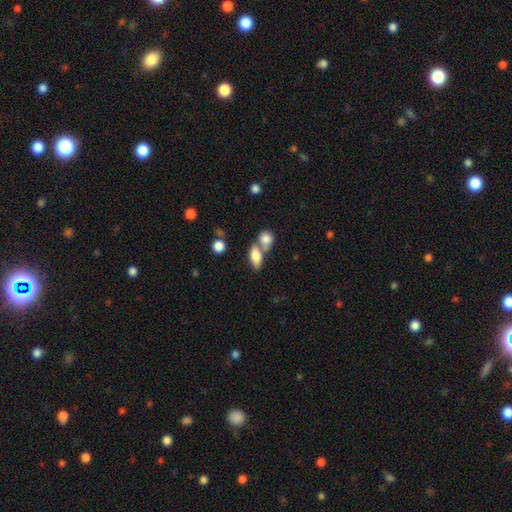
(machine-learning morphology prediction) Smooth or featured: smooth — 76% (featured or disk — 16%)
How rounded: in between — 79% (cigar-shaped — 12%)
Merging: merger — 47% (none — 38%)